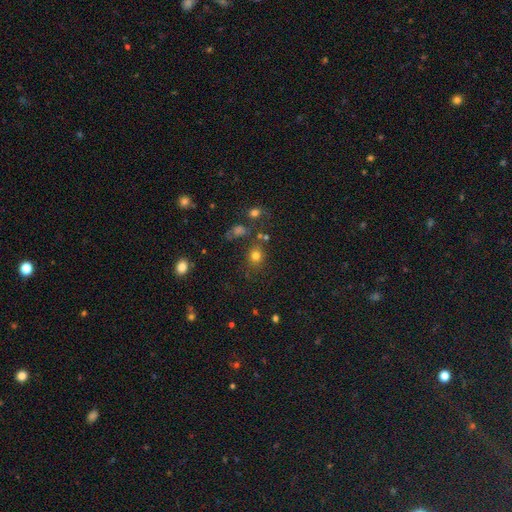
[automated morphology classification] Smooth or featured?
  - smooth: 75% *
  - star or artifact: 17%
  - featured or disk: 8%
How rounded?
  - round: 73% *
  - in between: 26%
  - cigar-shaped: 1%
Merging?
  - none: 74% *
  - minor disturbance: 12%
  - merger: 8%
  - major disturbance: 6%